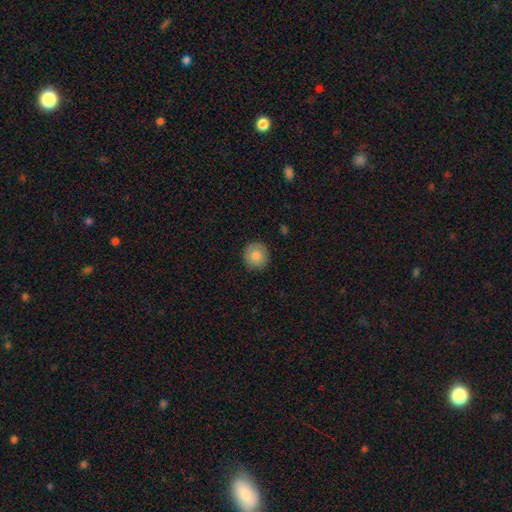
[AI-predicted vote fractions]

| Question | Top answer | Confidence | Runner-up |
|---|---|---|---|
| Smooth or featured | smooth | 83% | featured or disk (9%) |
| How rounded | round | 94% | in between (5%) |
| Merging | none | 89% | minor disturbance (8%) |